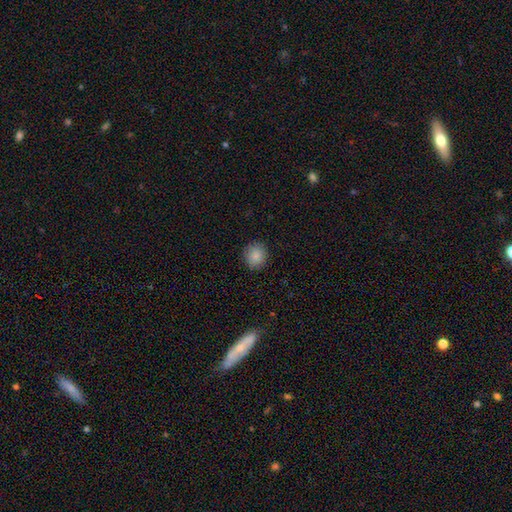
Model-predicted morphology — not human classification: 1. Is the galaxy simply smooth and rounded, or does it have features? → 87% smooth, 9% star or artifact, 4% featured or disk.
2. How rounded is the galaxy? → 87% round, 12% in between, 1% cigar-shaped.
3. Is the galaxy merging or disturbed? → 89% none, 8% minor disturbance, 2% major disturbance, 1% merger.